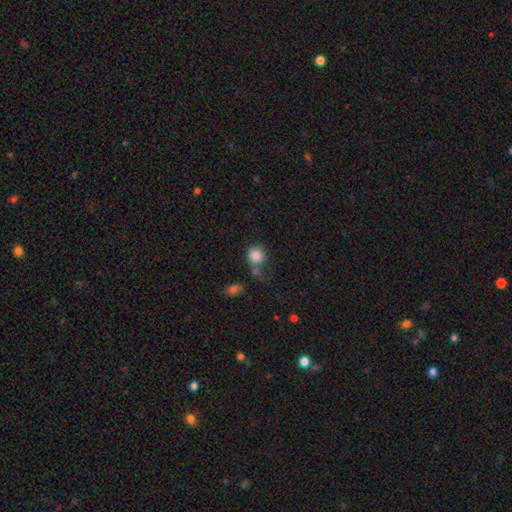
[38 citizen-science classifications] smooth 95%, featured or disk 3%, star or artifact 3%. Down the decision tree: how rounded — round (83%); merging — none (49%).